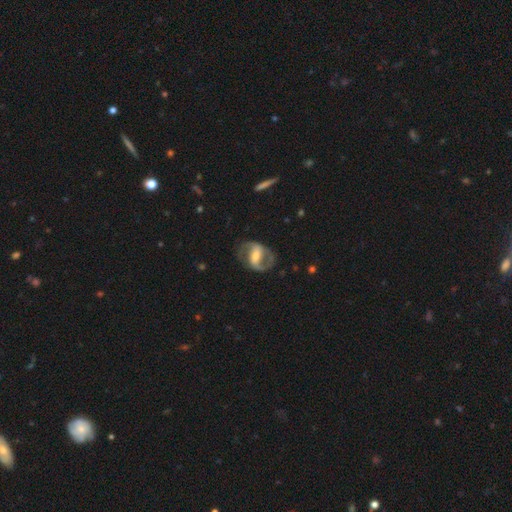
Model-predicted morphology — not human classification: A featured or disk galaxy (83%) with a strong bar (52%), 2 (88%) medium (53%) spiral arms (88%) and a moderate central bulge (57%). Merging: none (75%).